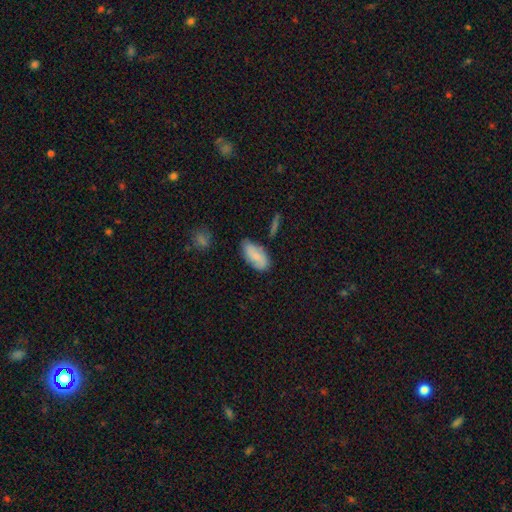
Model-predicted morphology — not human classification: A smooth galaxy with no disk features (75%) that is in between round and cigar-shaped (91%).

Vote fractions:
- Smooth or featured? smooth: 75% / featured or disk: 18% / star or artifact: 7%
- How rounded? in between: 91% / cigar-shaped: 6% / round: 3%
- Merging? none: 66% / minor disturbance: 23% / merger: 6% / major disturbance: 5%